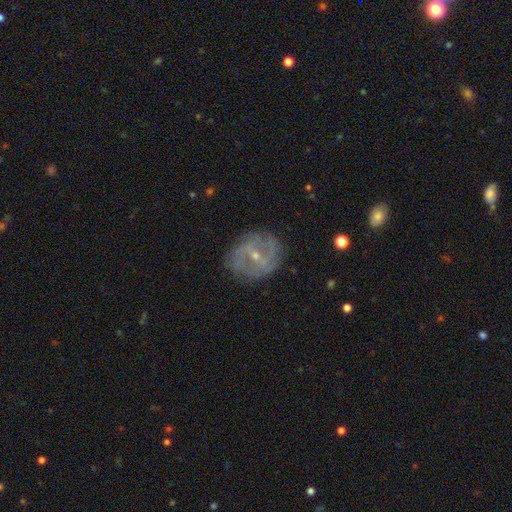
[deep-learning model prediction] Smooth or featured?
  - featured or disk: 77% *
  - smooth: 15%
  - star or artifact: 8%
Edge-on disk?
  - no: 96% *
  - yes: 4%
Bar?
  - weak: 48% *
  - no: 28%
  - strong: 24%
Spiral arms?
  - yes: 80% *
  - no: 20%
Spiral winding?
  - medium: 41% *
  - tight: 32%
  - loose: 27%
Spiral arm count?
  - 2: 51% *
  - can't tell: 28%
  - 3: 10%
  - 4: 5%
  - 1: 4%
  - more than 4: 3%
Bulge size?
  - small: 68% *
  - moderate: 29%
  - none: 2%
  - large: 1%
  - dominant: 1%
Merging?
  - none: 78% *
  - minor disturbance: 15%
  - major disturbance: 6%
  - merger: 1%